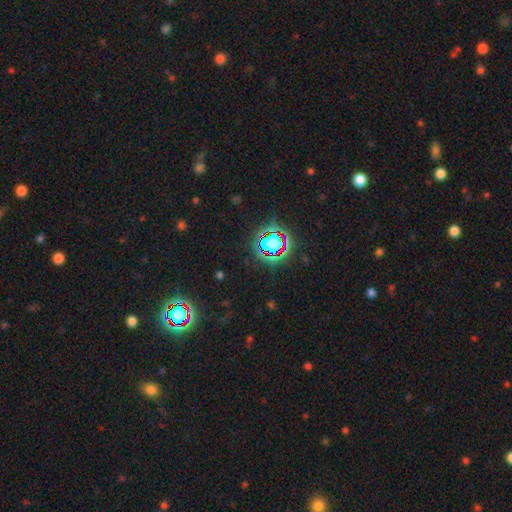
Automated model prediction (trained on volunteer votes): The model was most divided on "smooth or featured": star or artifact: 80%, smooth: 12%, featured or disk: 8%.